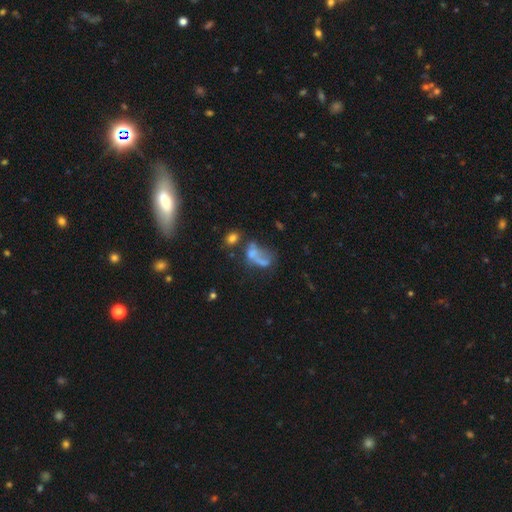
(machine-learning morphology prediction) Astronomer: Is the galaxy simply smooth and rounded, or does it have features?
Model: smooth — 46% (runner-up: featured or disk, 34%).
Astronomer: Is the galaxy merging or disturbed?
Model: merger — 32% (runner-up: major disturbance, 30%).